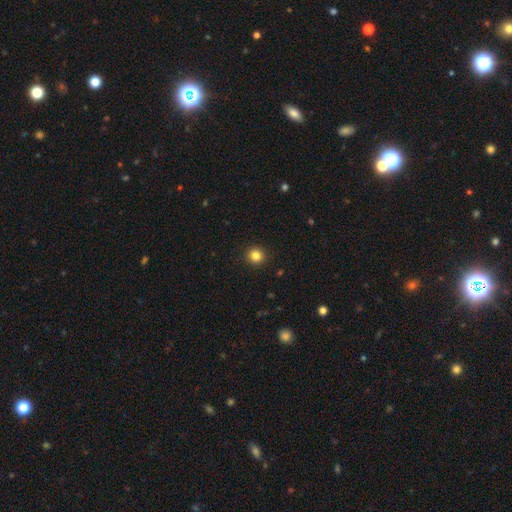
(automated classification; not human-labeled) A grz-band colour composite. It shows a smooth galaxy with no disk features (84%) that is round (92%). Merging: none (92%).